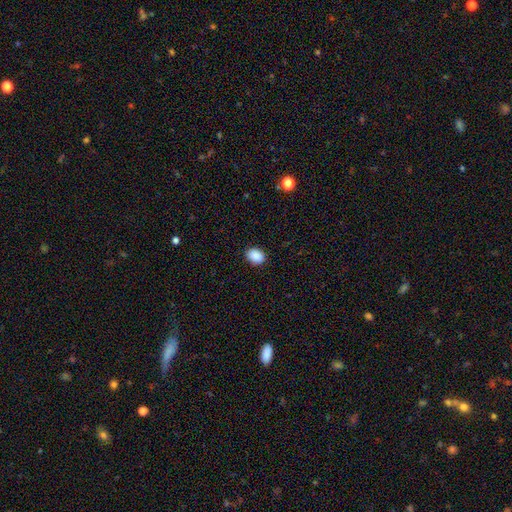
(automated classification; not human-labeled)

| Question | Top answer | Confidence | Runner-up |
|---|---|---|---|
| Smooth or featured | smooth | 90% | star or artifact (8%) |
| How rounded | in between | 66% | round (33%) |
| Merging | none | 89% | minor disturbance (8%) |